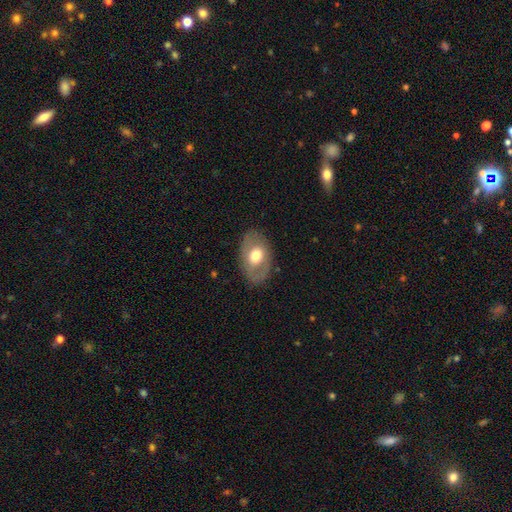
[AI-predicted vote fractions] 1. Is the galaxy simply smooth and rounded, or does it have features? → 54% smooth, 40% featured or disk, 6% star or artifact.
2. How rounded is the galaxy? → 84% in between, 15% round, 1% cigar-shaped.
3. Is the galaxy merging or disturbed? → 80% none, 14% minor disturbance, 5% major disturbance, 1% merger.